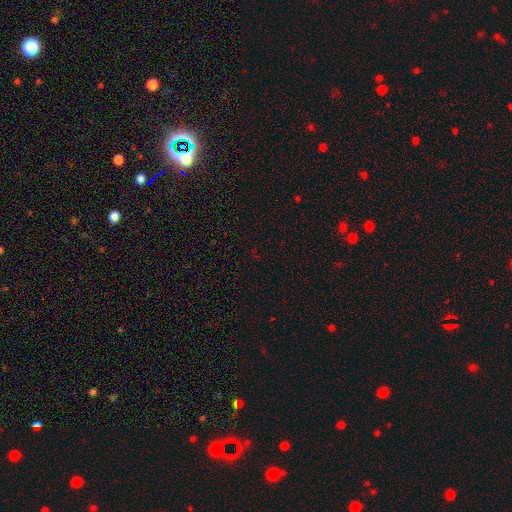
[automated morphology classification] The model was most divided on "smooth or featured": star or artifact: 72%, smooth: 21%, featured or disk: 7%.